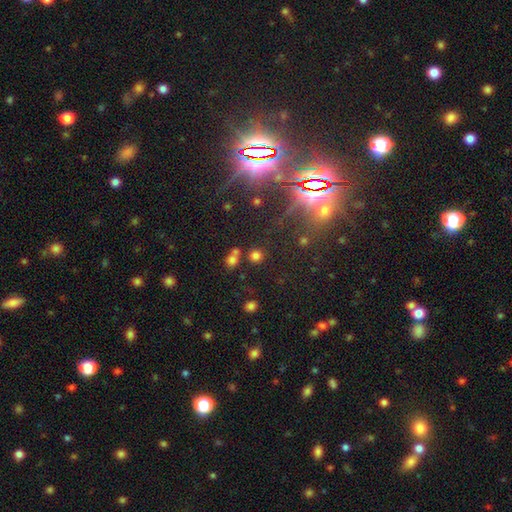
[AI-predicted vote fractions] smooth 70%, star or artifact 23%, featured or disk 7%. Down the decision tree: how rounded — round (90%); merging — none (72%).